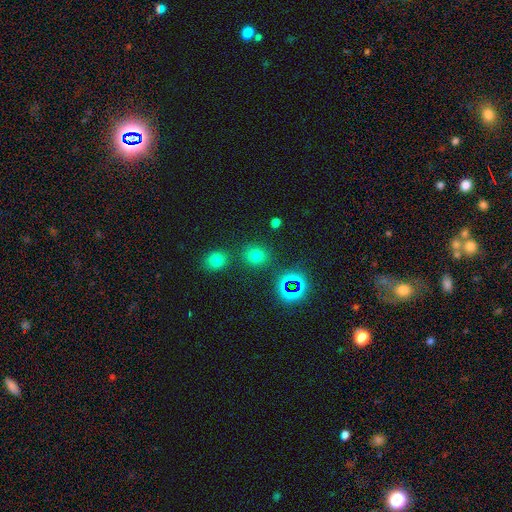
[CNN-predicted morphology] smooth 69%, star or artifact 24%, featured or disk 7%. Down the decision tree: how rounded — round (86%); merging — none (83%).